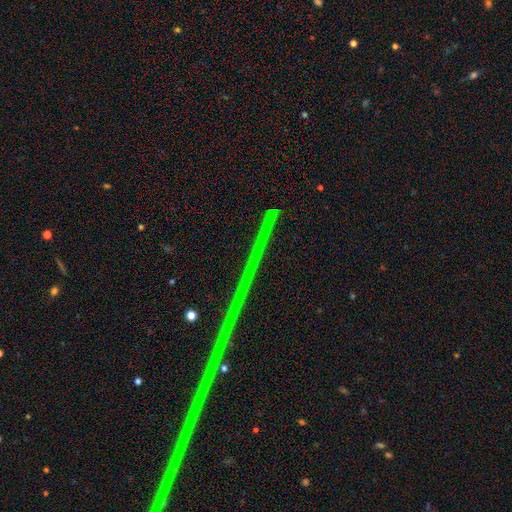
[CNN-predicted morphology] Smooth or featured? Predicted: star or artifact (p=0.87).